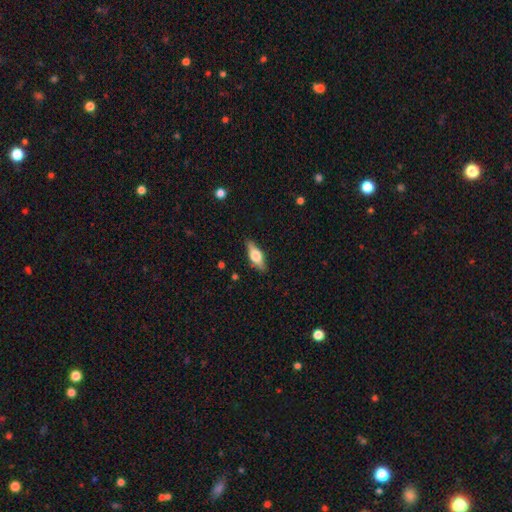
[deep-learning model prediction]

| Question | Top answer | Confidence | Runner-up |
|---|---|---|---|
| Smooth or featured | smooth | 47% | featured or disk (46%) |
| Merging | none | 86% | minor disturbance (11%) |